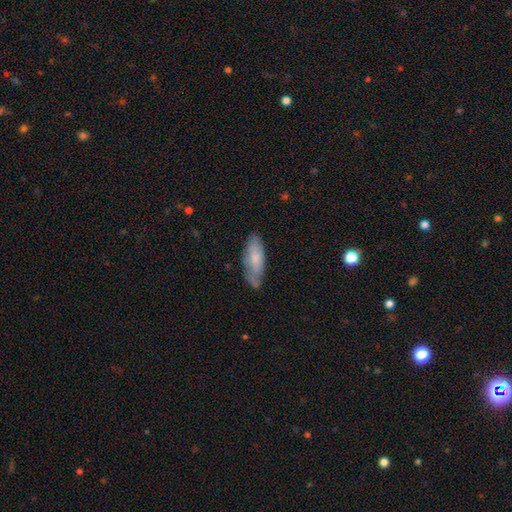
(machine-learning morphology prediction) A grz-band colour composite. It shows a smooth galaxy with no disk features (61%) that is in between round and cigar-shaped (63%). Merging: none (69%).